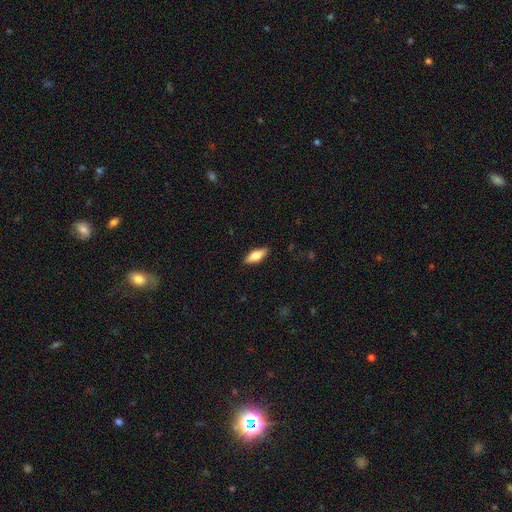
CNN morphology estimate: smooth_or_featured: smooth (p=0.71) [alt: featured or disk p=0.23]
how_rounded: in between (p=0.75) [alt: cigar-shaped p=0.23]
merging: none (p=0.88) [alt: minor disturbance p=0.09]